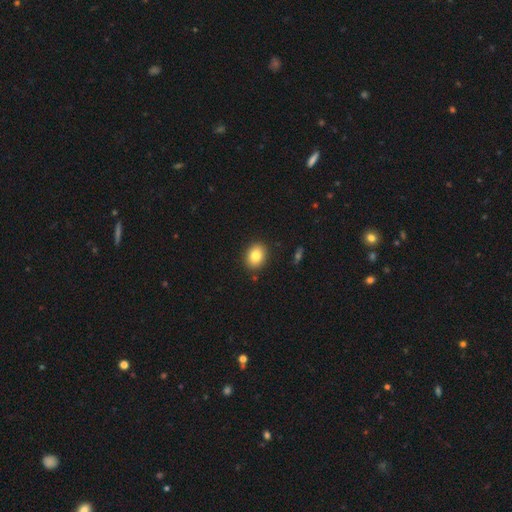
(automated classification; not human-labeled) smooth_or_featured: smooth (p=0.82) [alt: star or artifact p=0.09]
how_rounded: in between (p=0.57) [alt: round p=0.42]
merging: none (p=0.89) [alt: minor disturbance p=0.08]